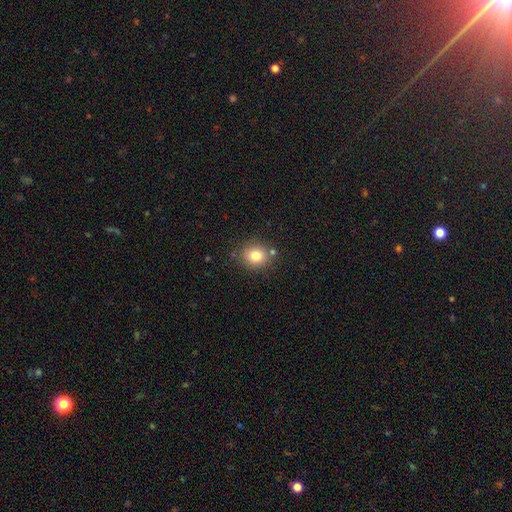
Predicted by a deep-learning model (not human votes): smooth_or_featured: smooth (p=0.80) [alt: star or artifact p=0.12]
how_rounded: round (p=0.79) [alt: in between p=0.20]
merging: none (p=0.79) [alt: minor disturbance p=0.11]